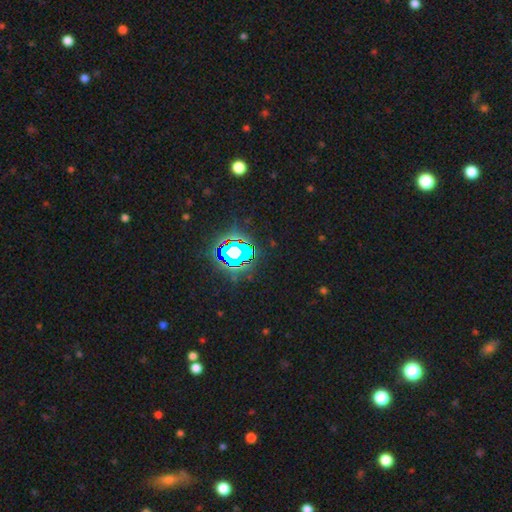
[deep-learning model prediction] smooth_or_featured: star or artifact (p=0.83) [alt: smooth p=0.10]